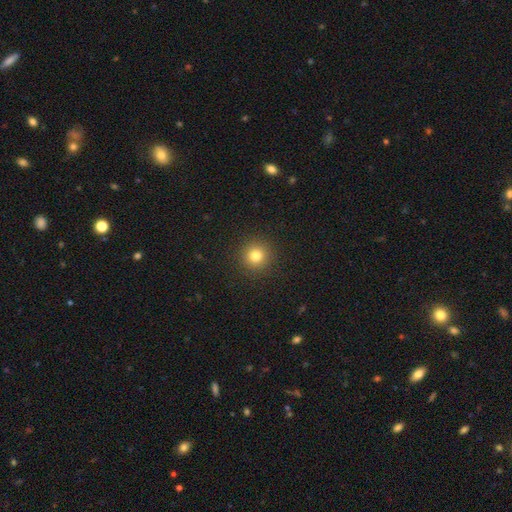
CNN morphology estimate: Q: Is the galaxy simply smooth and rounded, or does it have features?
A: smooth — 81%.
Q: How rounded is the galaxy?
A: round — 95%.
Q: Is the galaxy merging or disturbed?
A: none — 92%.